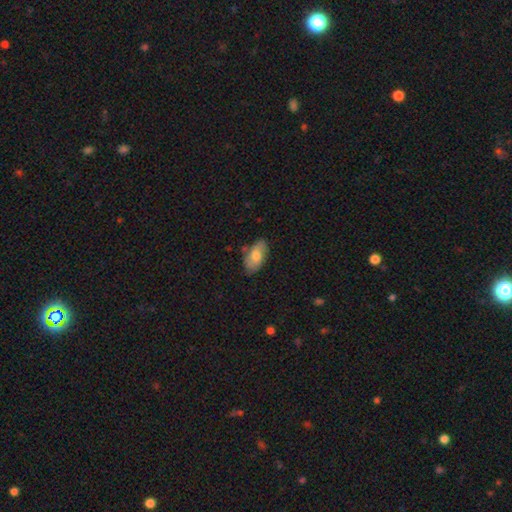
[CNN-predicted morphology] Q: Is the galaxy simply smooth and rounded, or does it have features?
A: smooth — 69%.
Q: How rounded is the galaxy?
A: in between — 93%.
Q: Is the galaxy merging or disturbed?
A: none — 72%.